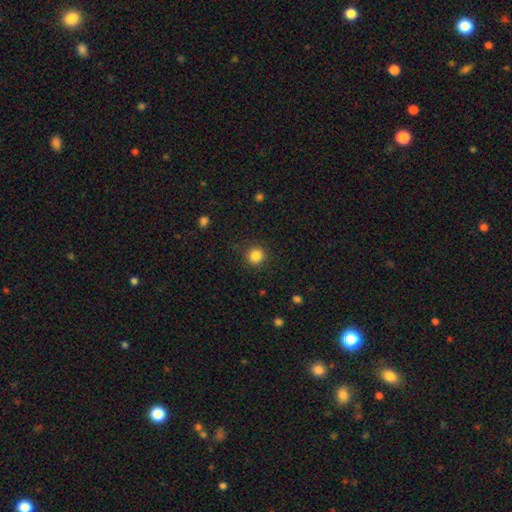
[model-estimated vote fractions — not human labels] Smooth or featured? smooth (85%)
How rounded? round (91%)
Merging? none (89%)